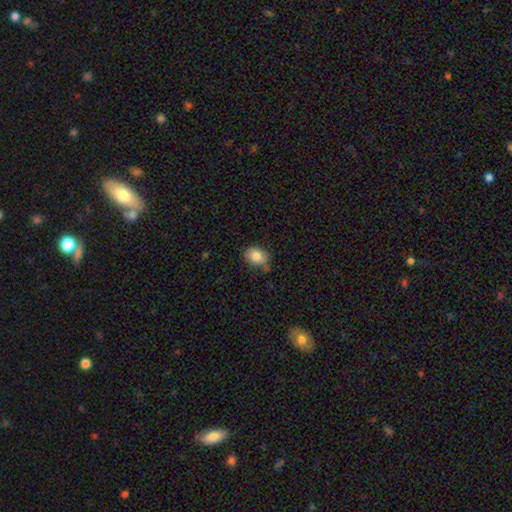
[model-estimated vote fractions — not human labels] smooth_or_featured: smooth (p=0.81) [alt: featured or disk p=0.10]
how_rounded: in between (p=0.62) [alt: round p=0.37]
merging: none (p=0.69) [alt: minor disturbance p=0.23]